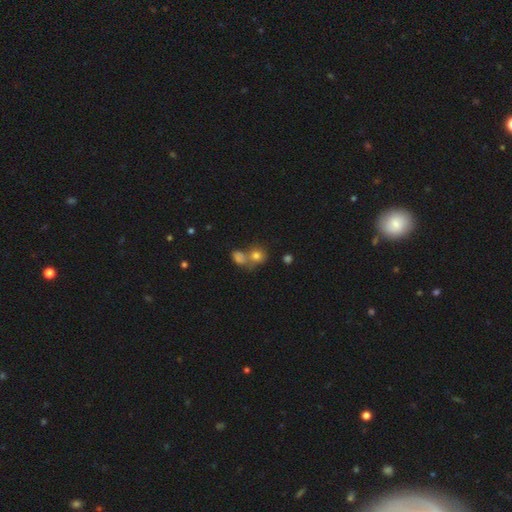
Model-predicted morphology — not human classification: This is likely a smooth galaxy (74%). How rounded: likely round (78%). Merging: possibly none (46%).